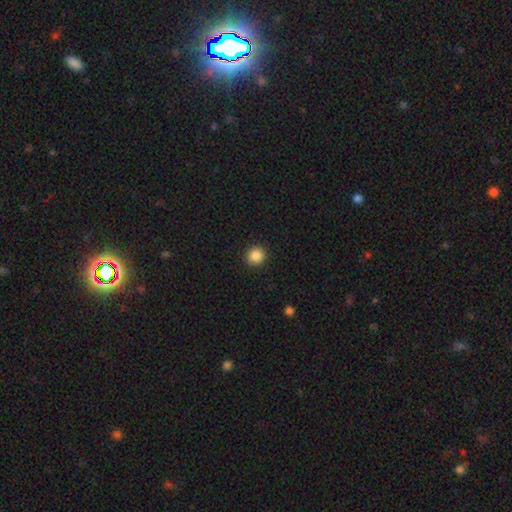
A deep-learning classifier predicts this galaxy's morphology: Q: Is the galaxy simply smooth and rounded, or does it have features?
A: smooth — 87%.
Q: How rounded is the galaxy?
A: round — 91%.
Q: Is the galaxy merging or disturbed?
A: none — 92%.